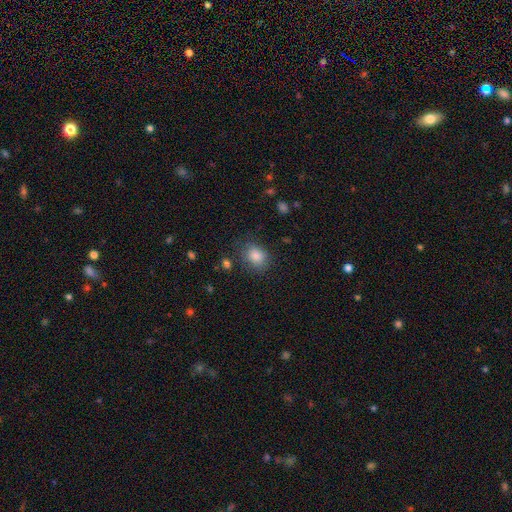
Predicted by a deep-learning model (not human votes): Smooth or featured? Predicted: smooth (p=0.84). How rounded? Predicted: round (p=0.53). Merging? Predicted: none (p=0.76).